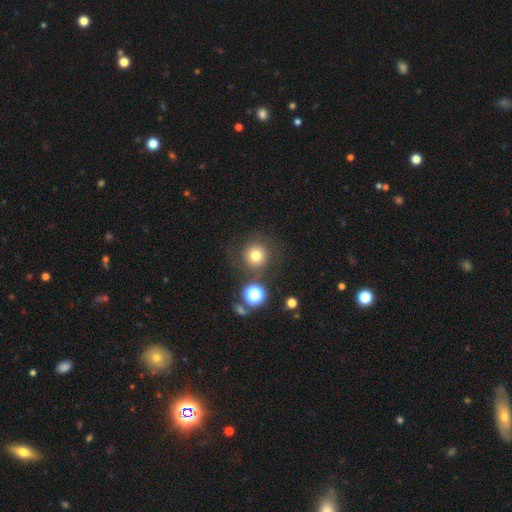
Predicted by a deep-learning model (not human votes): This appears to be a smooth galaxy with no disk features (76%) that is round (95%). Merging: none (79%).